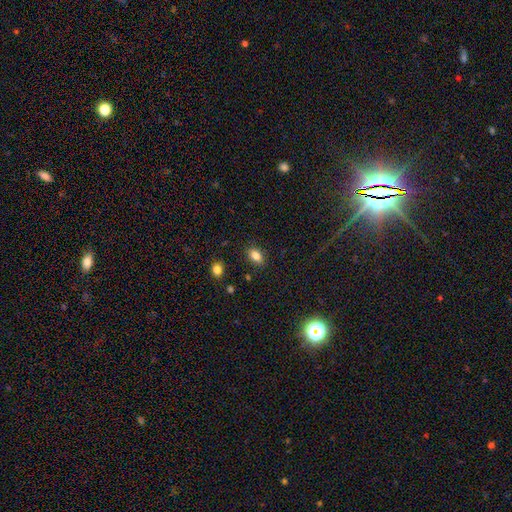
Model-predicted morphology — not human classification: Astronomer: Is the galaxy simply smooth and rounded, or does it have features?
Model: smooth — 83%.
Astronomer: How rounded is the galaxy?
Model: in between — 86%.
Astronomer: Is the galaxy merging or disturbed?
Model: none — 86%.